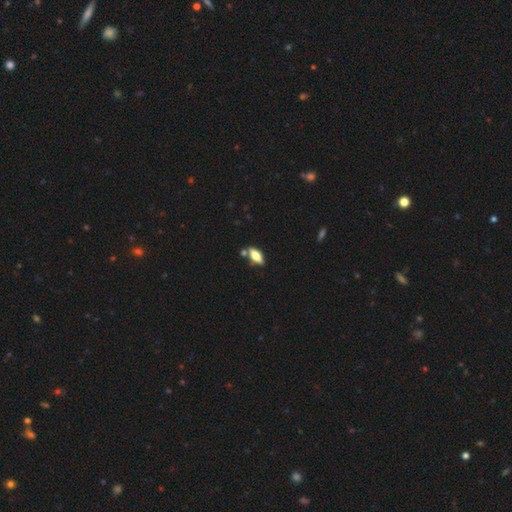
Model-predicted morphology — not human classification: Q: Smooth or featured?
A: smooth (62%); runner-up: featured or disk (30%)
Q: How rounded?
A: in between (76%); runner-up: cigar-shaped (21%)
Q: Merging?
A: none (70%); runner-up: minor disturbance (14%)